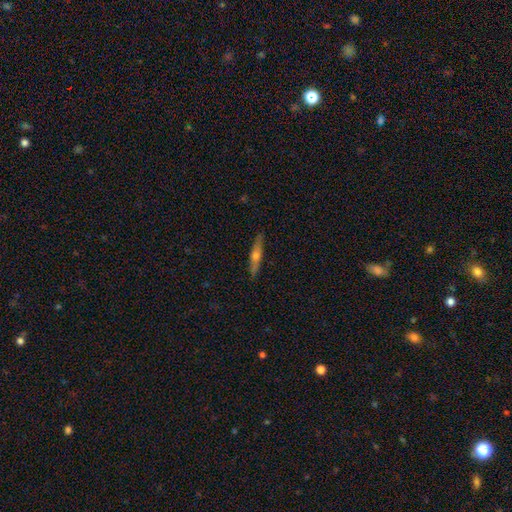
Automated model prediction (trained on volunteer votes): Smooth or featured: featured or disk — 58% (smooth — 35%)
Edge-on disk: yes — 95% (no — 5%)
Edge-on bulge: rounded — 89% (none — 7%)
Merging: none — 89% (minor disturbance — 8%)